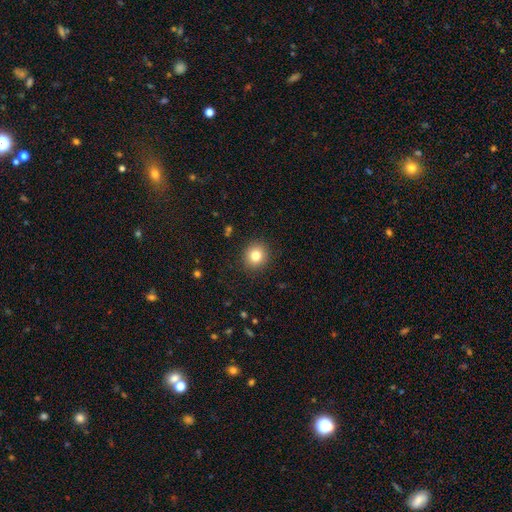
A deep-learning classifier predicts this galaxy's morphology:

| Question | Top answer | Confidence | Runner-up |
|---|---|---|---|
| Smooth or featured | smooth | 81% | star or artifact (11%) |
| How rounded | round | 87% | in between (12%) |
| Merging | none | 90% | minor disturbance (6%) |